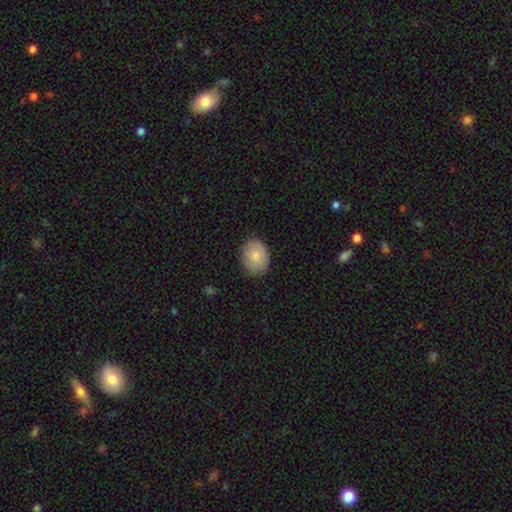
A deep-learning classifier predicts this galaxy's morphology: smooth 82%, featured or disk 12%, star or artifact 7%. Down the decision tree: how rounded — in between (64%); merging — none (84%).